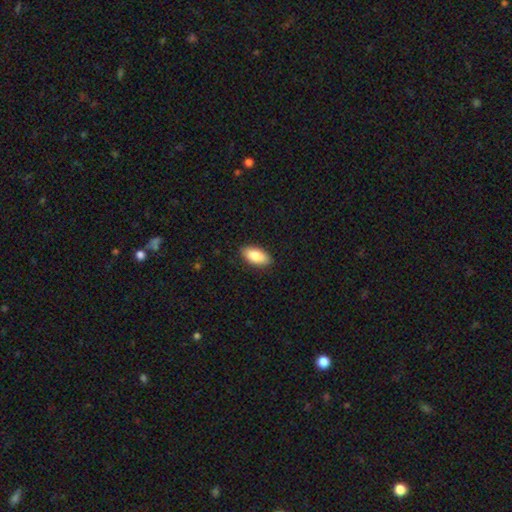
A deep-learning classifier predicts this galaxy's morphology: This is clearly a smooth galaxy (85%). How rounded: clearly in between (91%). Merging: clearly none (87%).